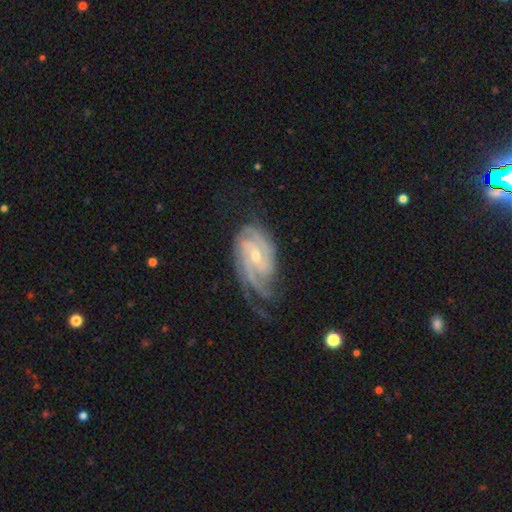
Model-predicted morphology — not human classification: A featured or disk galaxy (90%) with no bar (46%), 2 (38%) tight (65%) spiral arms (98%) and a moderate central bulge (49%). Merging: none (58%).